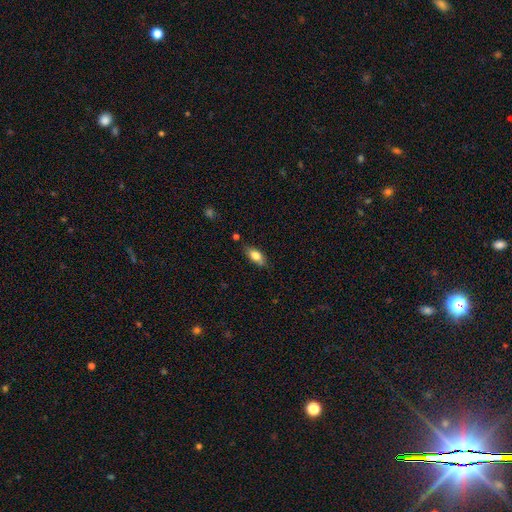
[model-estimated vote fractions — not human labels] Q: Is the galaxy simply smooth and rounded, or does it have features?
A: smooth — 77%.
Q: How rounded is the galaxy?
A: in between — 85%.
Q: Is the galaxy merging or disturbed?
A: none — 77%.